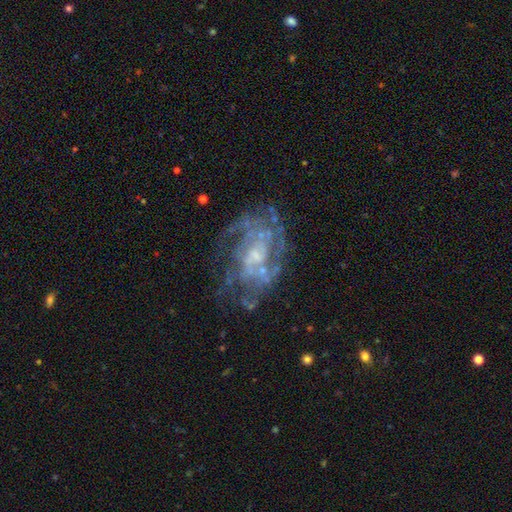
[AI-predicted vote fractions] Smooth or featured? Predicted: featured or disk (p=0.82). Edge-on disk? Predicted: no (p=0.97). Bar? Predicted: no (p=0.64). Spiral arms? Predicted: yes (p=0.76). Spiral winding? Predicted: tight (p=0.46). Spiral arm count? Predicted: can't tell (p=0.48). Bulge size? Predicted: small (p=0.55). Merging? Predicted: none (p=0.57).